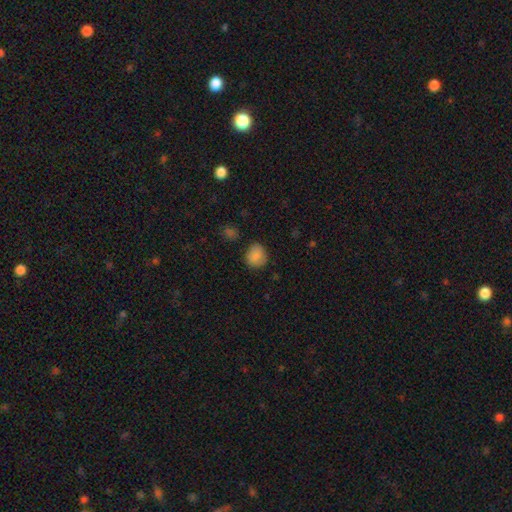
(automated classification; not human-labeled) smooth 85%, star or artifact 9%, featured or disk 6%. Down the decision tree: how rounded — round (69%); merging — none (79%).